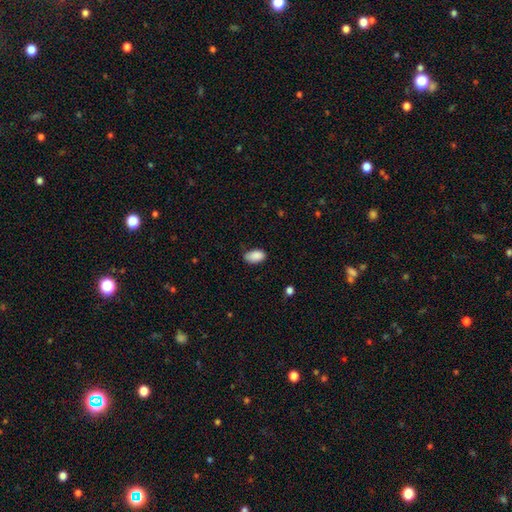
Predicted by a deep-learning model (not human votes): A smooth galaxy with no disk features (89%) that is in between round and cigar-shaped (93%). Merging: none (74%).